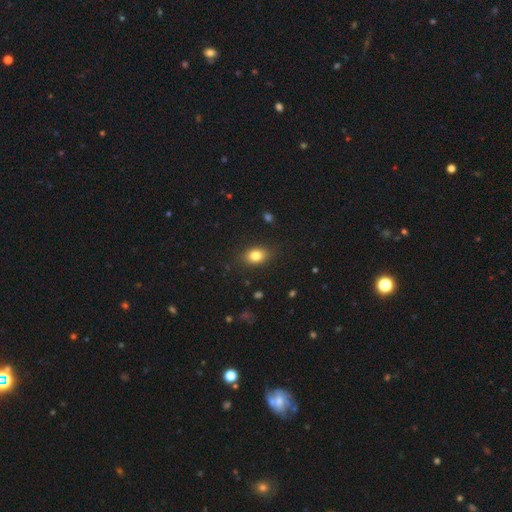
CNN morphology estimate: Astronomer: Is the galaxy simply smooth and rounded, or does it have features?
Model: smooth — 82%.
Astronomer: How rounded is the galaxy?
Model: in between — 73%.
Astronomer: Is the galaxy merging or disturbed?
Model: none — 85%.